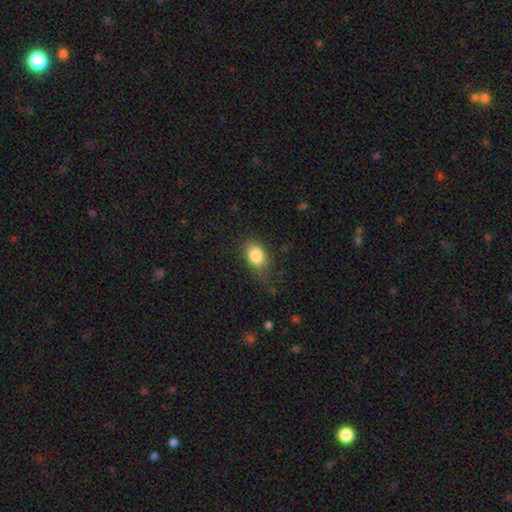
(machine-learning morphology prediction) A smooth galaxy with no disk features (84%) that is in between round and cigar-shaped (77%).

Vote fractions:
- Smooth or featured? smooth: 84% / star or artifact: 8% / featured or disk: 8%
- How rounded? in between: 77% / round: 21% / cigar-shaped: 2%
- Merging? none: 65% / minor disturbance: 25% / major disturbance: 8% / merger: 1%